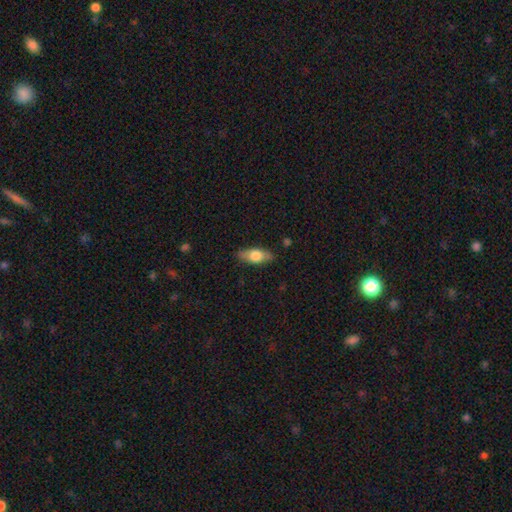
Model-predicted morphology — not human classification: type=smooth (66%); roundness=in between (78%); merging=none (86%).